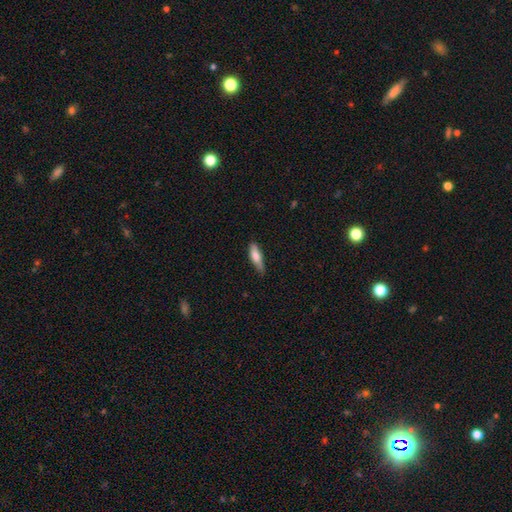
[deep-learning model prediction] Smooth or featured? smooth (73%)
How rounded? cigar-shaped (59%)
Merging? none (65%)